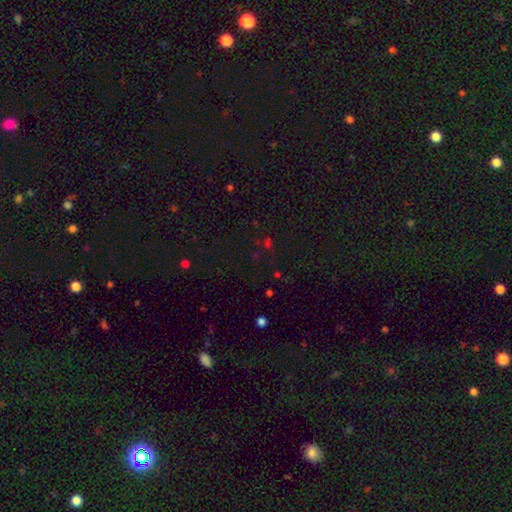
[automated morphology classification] star or artifact 56%, smooth 36%, featured or disk 8%.